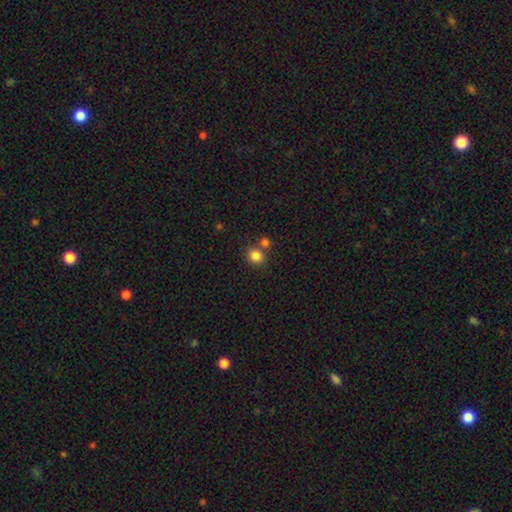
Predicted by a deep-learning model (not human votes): A smooth galaxy with no disk features (84%) that is round (79%). Merging: none (64%).